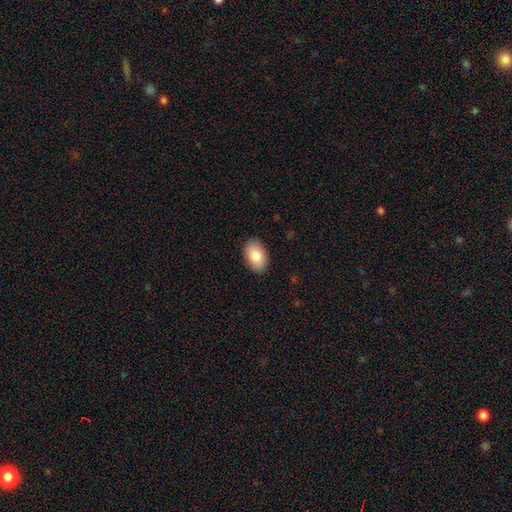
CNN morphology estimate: This is clearly a smooth galaxy (85%). How rounded: clearly in between (91%). Merging: clearly none (89%).